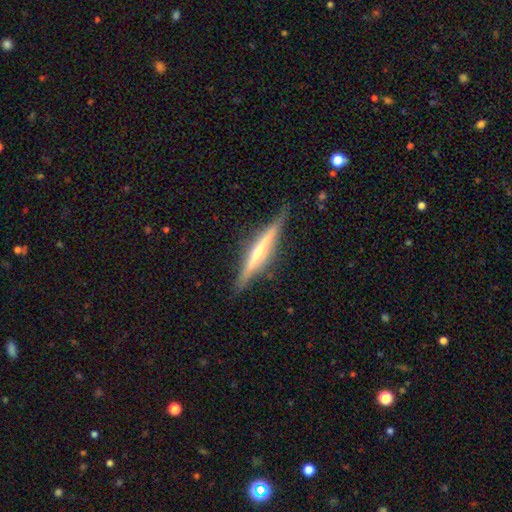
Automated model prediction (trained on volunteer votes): Smooth or featured? Predicted: featured or disk (p=0.73). Edge-on disk? Predicted: yes (p=0.96). Edge-on bulge? Predicted: rounded (p=0.79). Merging? Predicted: none (p=0.84).